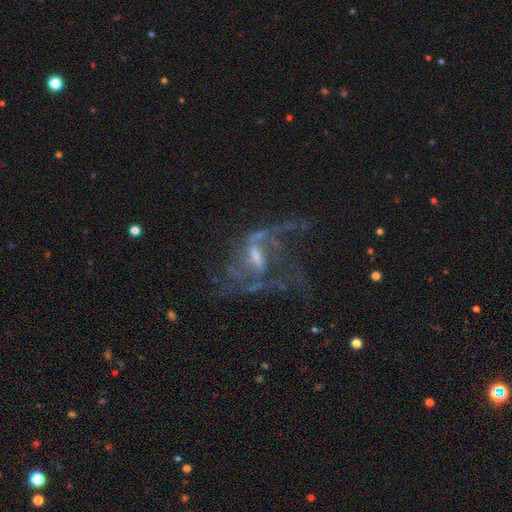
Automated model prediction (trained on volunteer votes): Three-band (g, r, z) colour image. It shows a featured or disk galaxy (83%) with a weak bar (52%), 2 (39%) loose (59%) spiral arms (86%) and a moderate central bulge (40%, tied with small). Merging: major disturbance (41%).